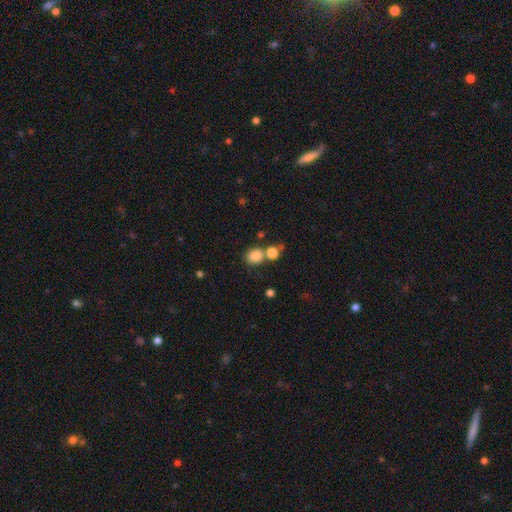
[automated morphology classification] A smooth galaxy with no disk features (83%) that is round (71%).

Vote fractions:
- Smooth or featured? smooth: 83% / star or artifact: 11% / featured or disk: 6%
- How rounded? round: 71% / in between: 28% / cigar-shaped: 1%
- Merging? none: 61% / merger: 23% / minor disturbance: 11% / major disturbance: 5%